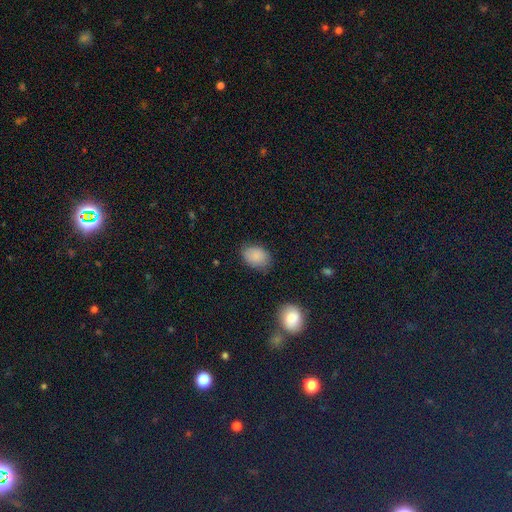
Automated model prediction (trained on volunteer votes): Smooth or featured? Predicted: smooth (p=0.85). How rounded? Predicted: in between (p=0.78). Merging? Predicted: none (p=0.77).